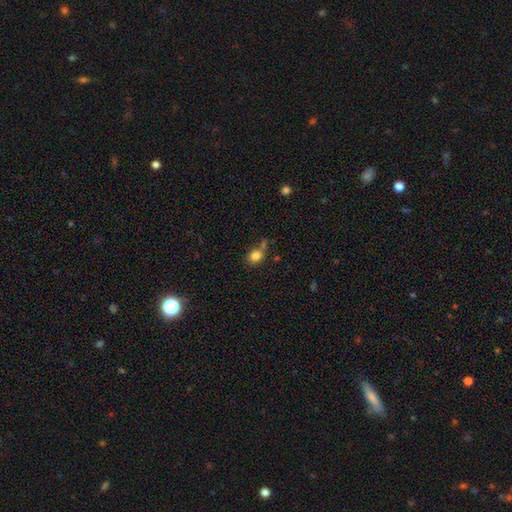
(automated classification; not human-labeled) This is clearly a smooth galaxy (81%). How rounded: possibly round (54%). Merging: possibly none (59%).